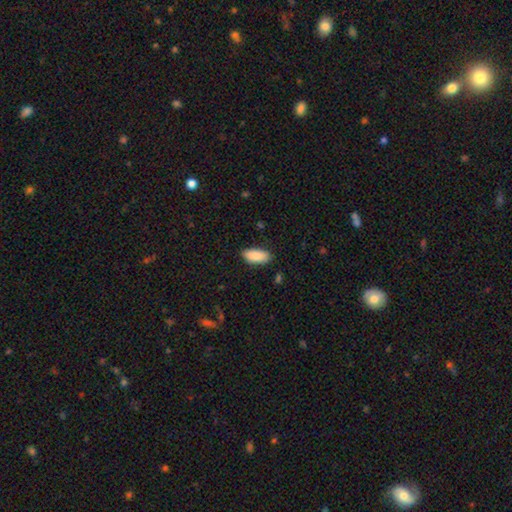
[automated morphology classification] smooth-or-featured: smooth: 89% | star or artifact: 6% | featured or disk: 5%
  how-rounded: in between: 88% | cigar-shaped: 10% | round: 2%
  merging: none: 85% | minor disturbance: 11% | major disturbance: 2% | merger: 1%